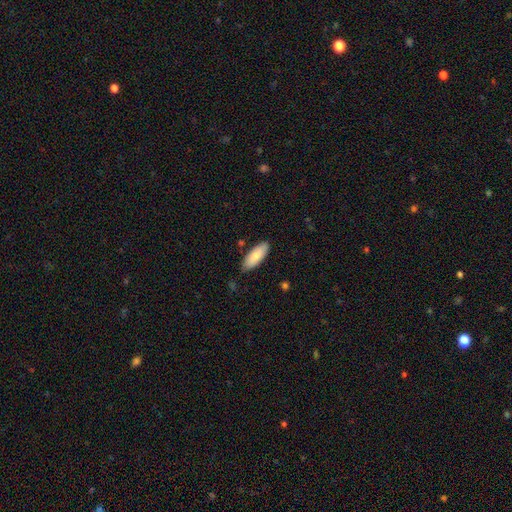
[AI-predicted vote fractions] smooth_or_featured: smooth (p=0.80) [alt: featured or disk p=0.14]
how_rounded: in between (p=0.79) [alt: cigar-shaped p=0.19]
merging: none (p=0.83) [alt: minor disturbance p=0.13]